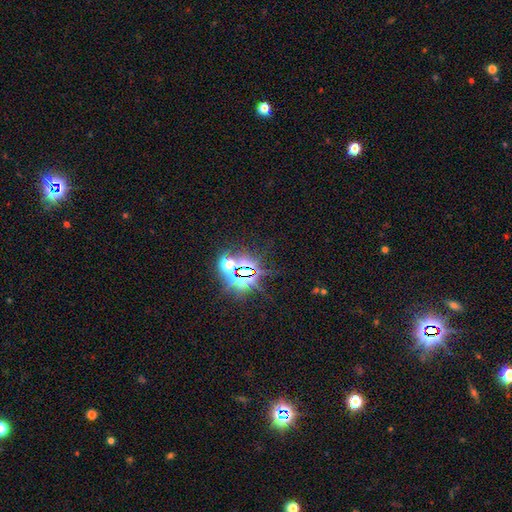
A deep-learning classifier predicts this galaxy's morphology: Q: Smooth or featured?
A: star or artifact (83%); runner-up: smooth (9%)